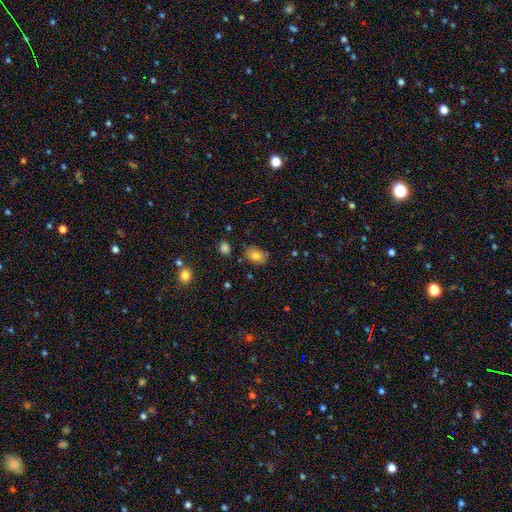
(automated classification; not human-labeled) Smooth or featured? smooth (79%)
How rounded? in between (71%)
Merging? none (73%)